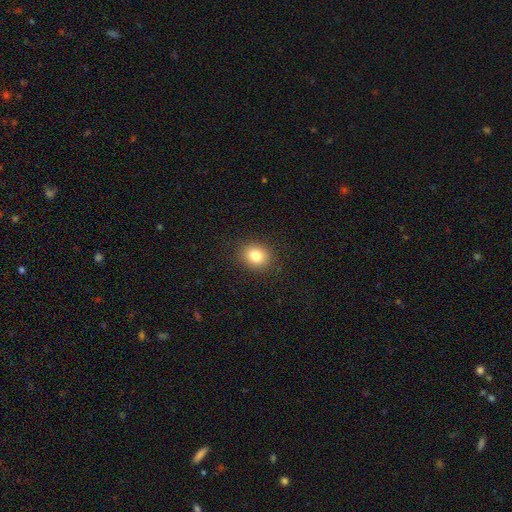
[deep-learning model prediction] Smooth or featured? Predicted: smooth (p=0.82). How rounded? Predicted: round (p=0.63). Merging? Predicted: none (p=0.89).